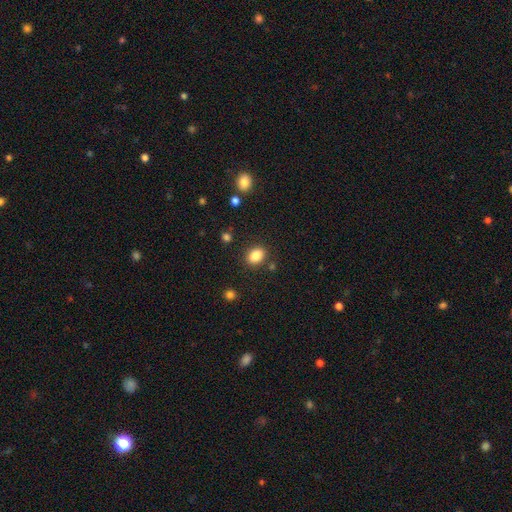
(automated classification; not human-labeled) Overall: smooth (85%). How rounded: in between (68%; round 30%). Merging: none (84%).